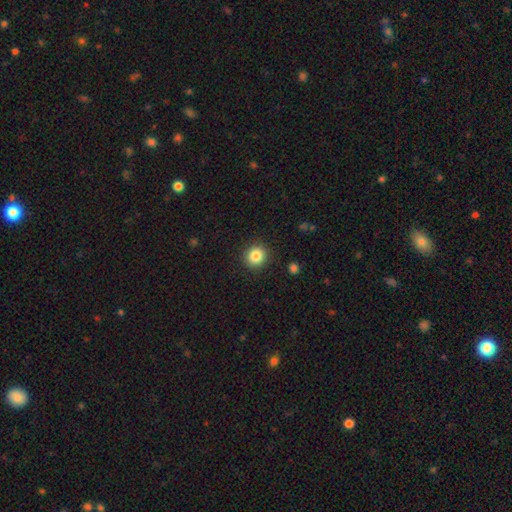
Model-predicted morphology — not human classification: Q: Smooth or featured?
A: smooth (84%); runner-up: star or artifact (10%)
Q: How rounded?
A: round (89%); runner-up: in between (10%)
Q: Merging?
A: none (91%); runner-up: minor disturbance (6%)